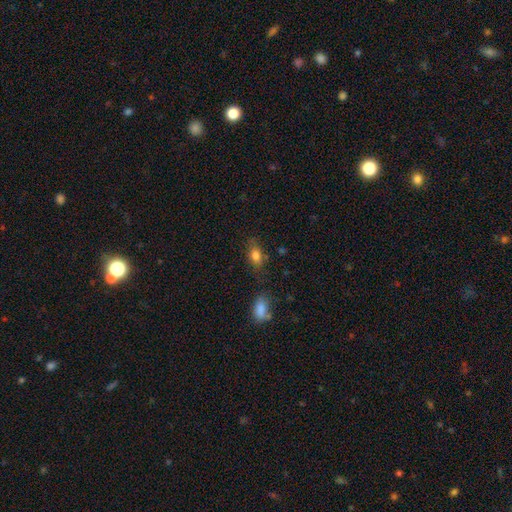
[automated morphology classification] A smooth galaxy with no disk features (81%) that is in between round and cigar-shaped (81%). Merging: none (69%).